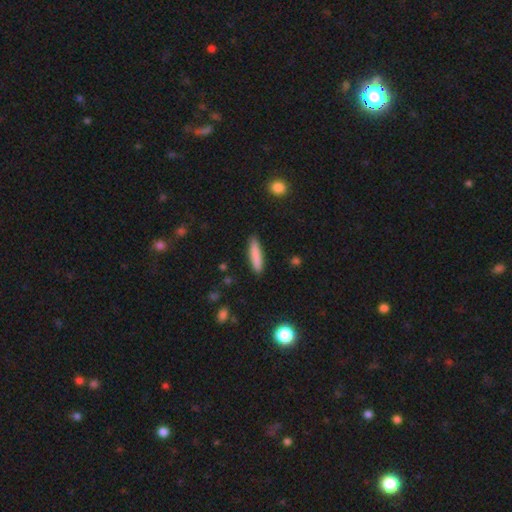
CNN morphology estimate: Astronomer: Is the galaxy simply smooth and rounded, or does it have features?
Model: smooth — 85%.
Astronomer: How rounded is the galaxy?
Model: cigar-shaped — 83%.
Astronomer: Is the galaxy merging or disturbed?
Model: none — 88%.